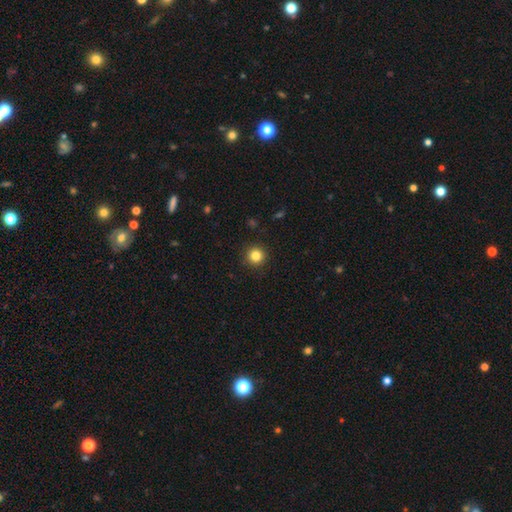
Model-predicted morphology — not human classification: smooth_or_featured: smooth (p=0.84) [alt: star or artifact p=0.12]
how_rounded: round (p=0.95) [alt: in between p=0.04]
merging: none (p=0.92) [alt: minor disturbance p=0.05]